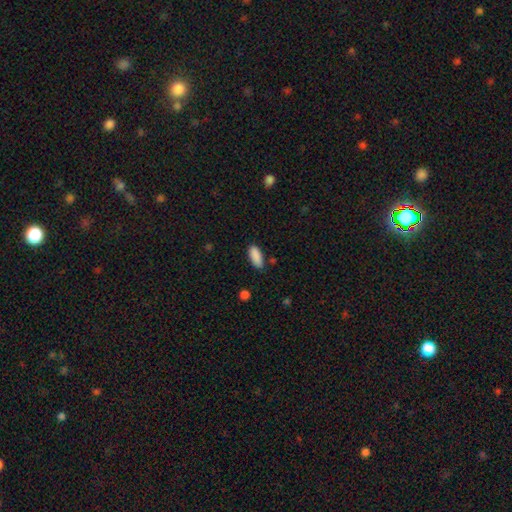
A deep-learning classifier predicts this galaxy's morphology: smooth-or-featured: smooth: 90% | star or artifact: 7% | featured or disk: 4%
  how-rounded: in between: 80% | cigar-shaped: 18% | round: 2%
  merging: none: 81% | minor disturbance: 14% | major disturbance: 3% | merger: 2%